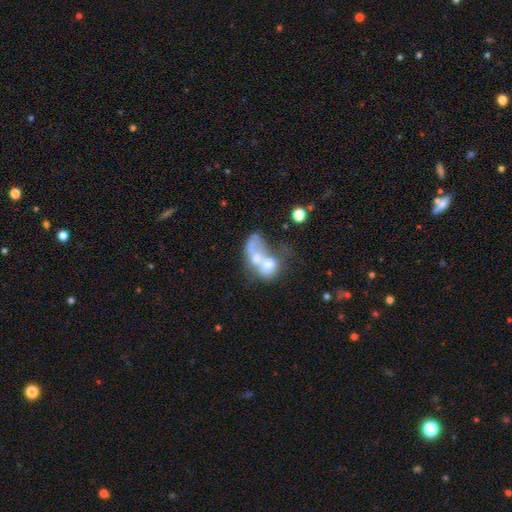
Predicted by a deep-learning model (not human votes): Q: Smooth or featured?
A: smooth (47%); runner-up: featured or disk (42%)
Q: Merging?
A: merger (70%); runner-up: major disturbance (17%)